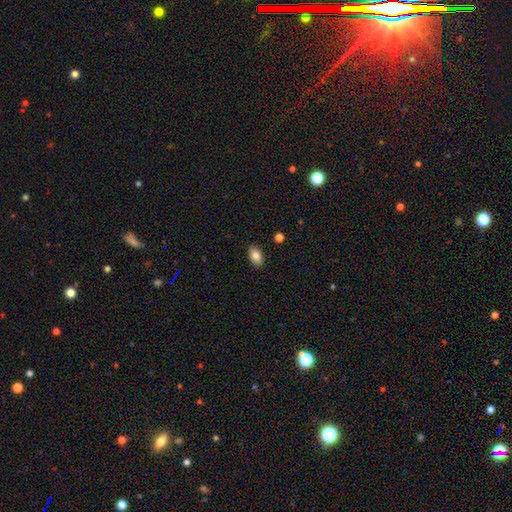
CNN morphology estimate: type=smooth (85%); roundness=in between (91%); merging=none (89%).